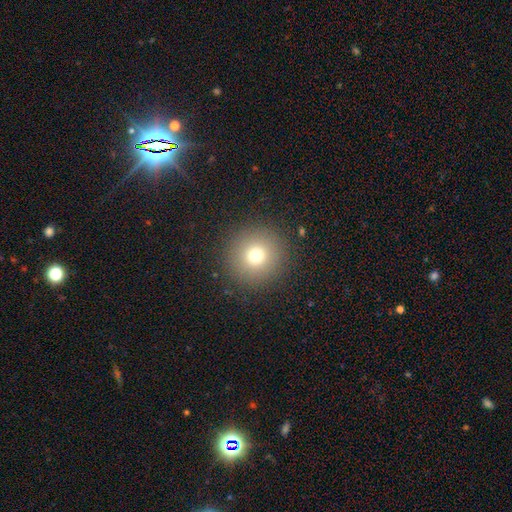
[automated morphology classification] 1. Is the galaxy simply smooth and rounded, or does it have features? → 74% smooth, 15% star or artifact, 11% featured or disk.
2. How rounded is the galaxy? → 96% round, 3% in between, 1% cigar-shaped.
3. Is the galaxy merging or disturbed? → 90% none, 6% minor disturbance, 3% major disturbance, 1% merger.